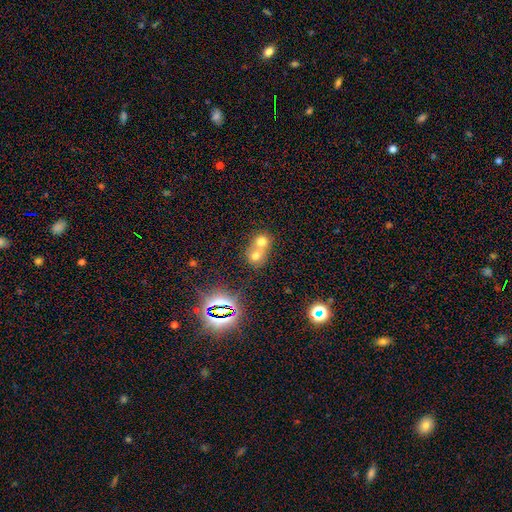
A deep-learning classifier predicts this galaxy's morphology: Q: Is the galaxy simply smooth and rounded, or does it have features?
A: smooth — 63%.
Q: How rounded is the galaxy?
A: round — 69%.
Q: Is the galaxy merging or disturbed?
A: merger — 69%.